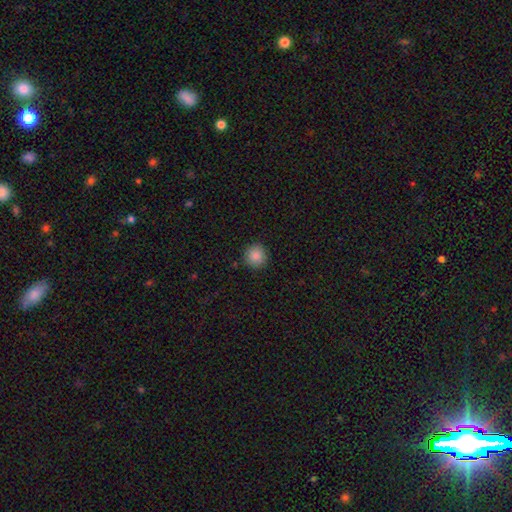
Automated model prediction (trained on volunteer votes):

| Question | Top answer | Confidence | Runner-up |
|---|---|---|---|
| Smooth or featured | smooth | 87% | star or artifact (9%) |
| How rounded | round | 93% | in between (6%) |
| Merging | none | 90% | minor disturbance (7%) |